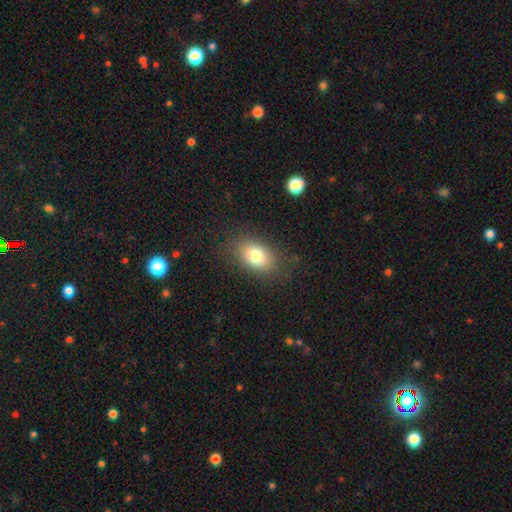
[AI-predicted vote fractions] A smooth galaxy with no disk features (79%) that is in between round and cigar-shaped (84%). Merging: none (82%).